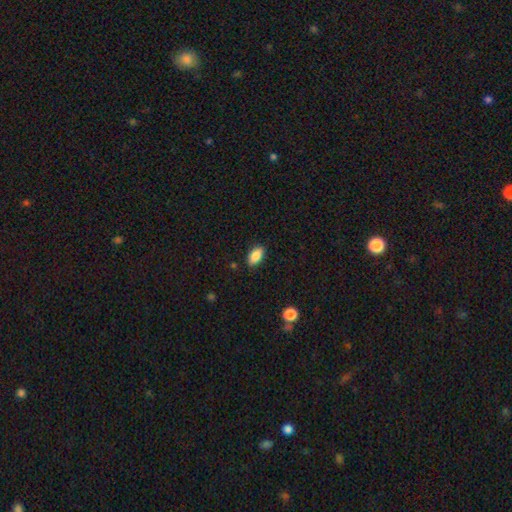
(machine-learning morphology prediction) This appears to be a smooth galaxy with no disk features (87%) that is in between round and cigar-shaped (92%). Merging: none (87%).